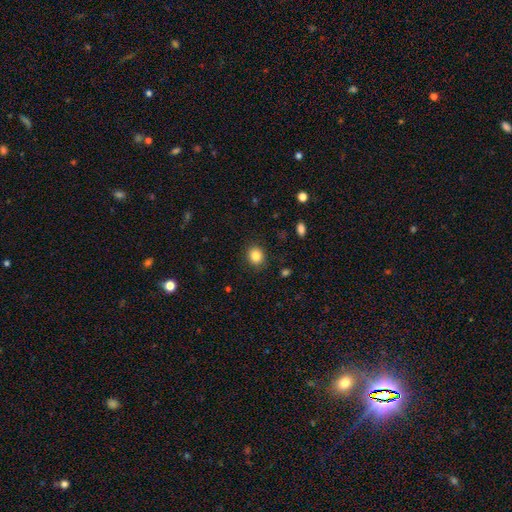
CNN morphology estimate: smooth-or-featured: smooth: 83% | star or artifact: 11% | featured or disk: 6%
  how-rounded: round: 75% | in between: 24% | cigar-shaped: 1%
  merging: none: 89% | minor disturbance: 7% | major disturbance: 2% | merger: 1%